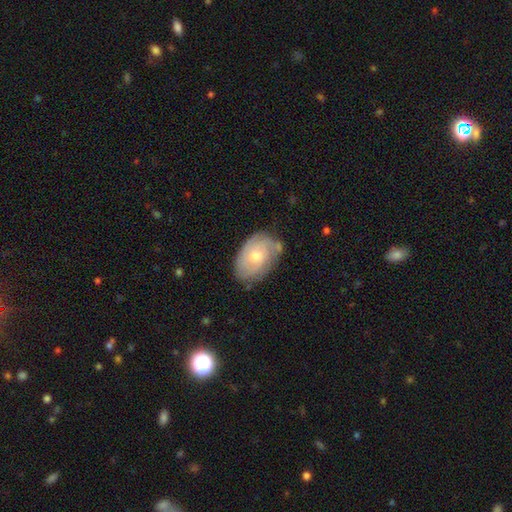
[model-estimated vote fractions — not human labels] A featured or disk galaxy (56%) with no bar (82%), spiral arms (76%) and a moderate central bulge (51%). Merging: none (67%).